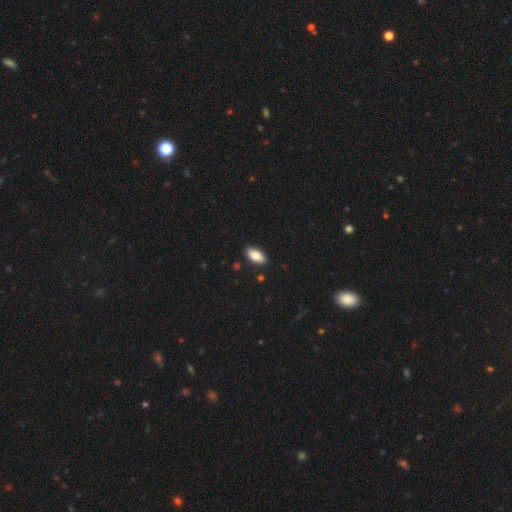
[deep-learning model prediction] smooth 85%, featured or disk 9%, star or artifact 7%. Down the decision tree: how rounded — in between (93%); merging — none (88%).